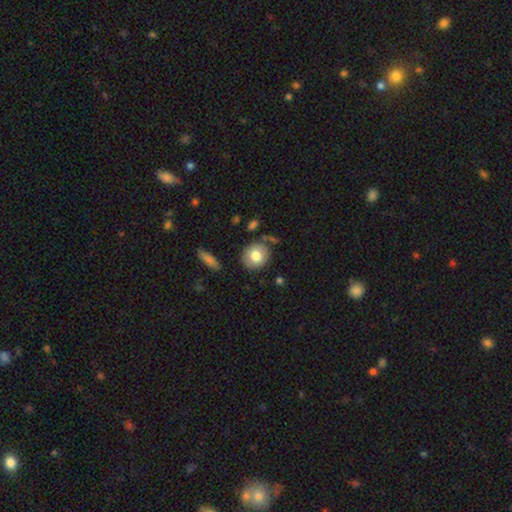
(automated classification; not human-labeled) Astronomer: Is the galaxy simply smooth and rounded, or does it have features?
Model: smooth — 77%.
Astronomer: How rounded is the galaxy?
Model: round — 75%.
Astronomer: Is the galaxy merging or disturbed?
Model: none — 77%.